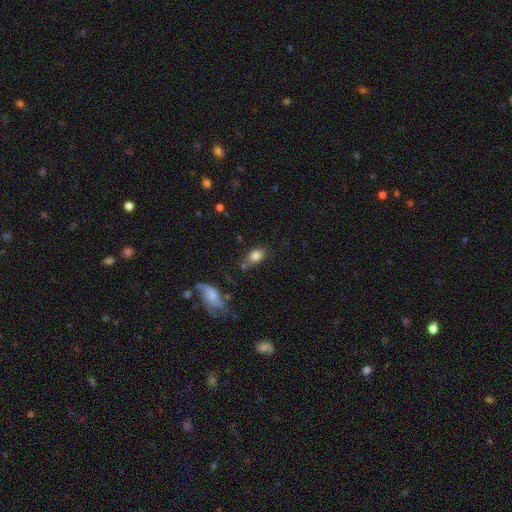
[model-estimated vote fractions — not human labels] Smooth or featured? smooth (80%)
How rounded? in between (77%)
Merging? none (56%)